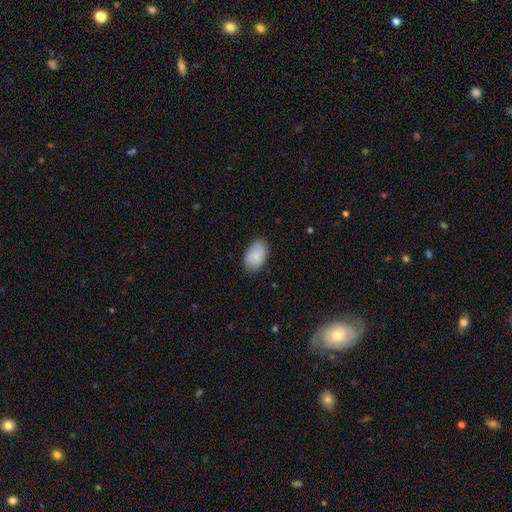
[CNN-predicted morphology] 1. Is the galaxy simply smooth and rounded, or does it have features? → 86% smooth, 8% featured or disk, 6% star or artifact.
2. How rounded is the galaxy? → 91% in between, 8% round, 1% cigar-shaped.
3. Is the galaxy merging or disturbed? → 80% none, 16% minor disturbance, 3% major disturbance, 1% merger.